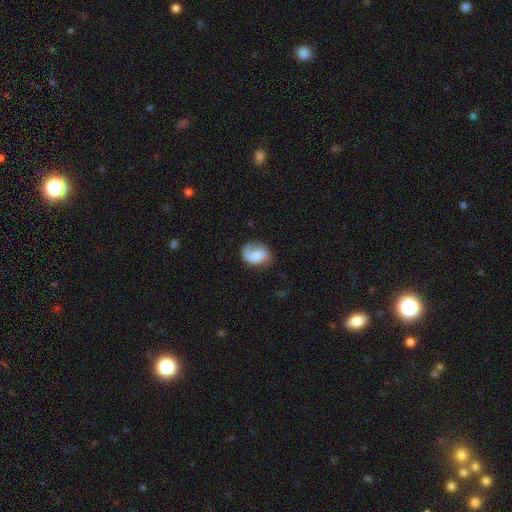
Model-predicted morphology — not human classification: This is possibly a smooth galaxy (54%). How rounded: likely in between (63%). Merging: possibly none (56%).